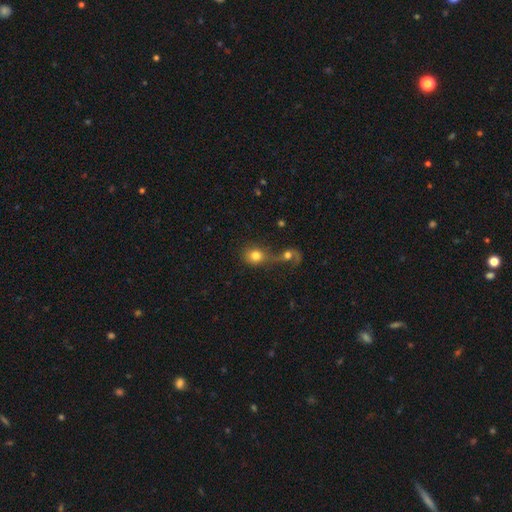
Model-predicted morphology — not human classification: Smooth or featured: smooth — 77% (featured or disk — 14%)
How rounded: round — 73% (in between — 26%)
Merging: merger — 55% (none — 29%)